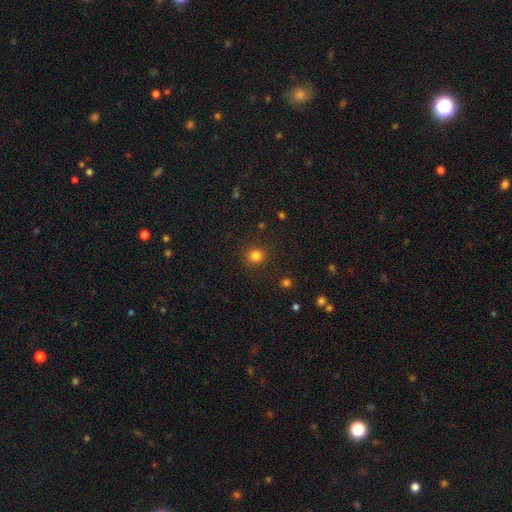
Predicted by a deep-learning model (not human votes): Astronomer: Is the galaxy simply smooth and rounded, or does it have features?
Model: smooth — 82%.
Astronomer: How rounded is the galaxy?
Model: round — 89%.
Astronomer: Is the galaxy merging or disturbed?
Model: none — 89%.